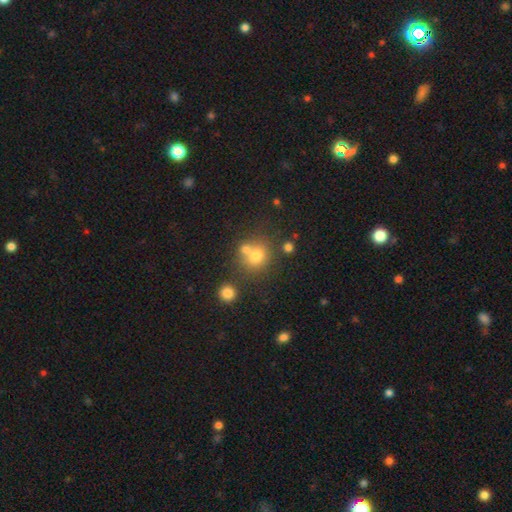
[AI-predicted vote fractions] Q: Smooth or featured?
A: smooth (71%); runner-up: star or artifact (15%)
Q: How rounded?
A: round (82%); runner-up: in between (17%)
Q: Merging?
A: none (52%); runner-up: merger (35%)